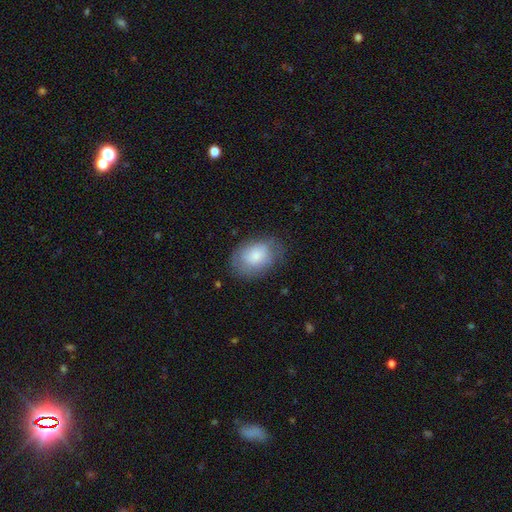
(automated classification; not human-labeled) This appears to be a smooth galaxy with no disk features (78%) that is in between round and cigar-shaped (75%). Merging: none (67%).